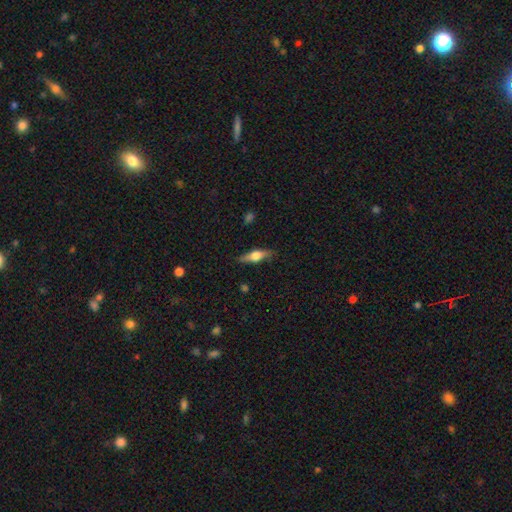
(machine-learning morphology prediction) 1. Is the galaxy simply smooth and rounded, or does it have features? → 47% smooth, 46% featured or disk, 6% star or artifact.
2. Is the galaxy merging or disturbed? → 84% none, 12% minor disturbance, 3% major disturbance, 1% merger.